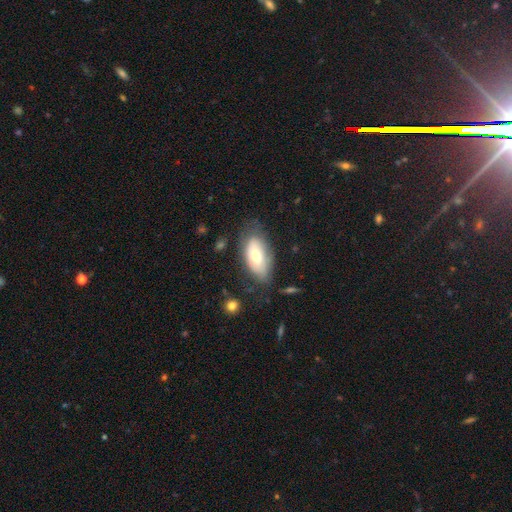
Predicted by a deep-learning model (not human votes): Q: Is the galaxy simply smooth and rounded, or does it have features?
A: smooth — 58%.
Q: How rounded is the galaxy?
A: in between — 92%.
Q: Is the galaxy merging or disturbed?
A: none — 61%.